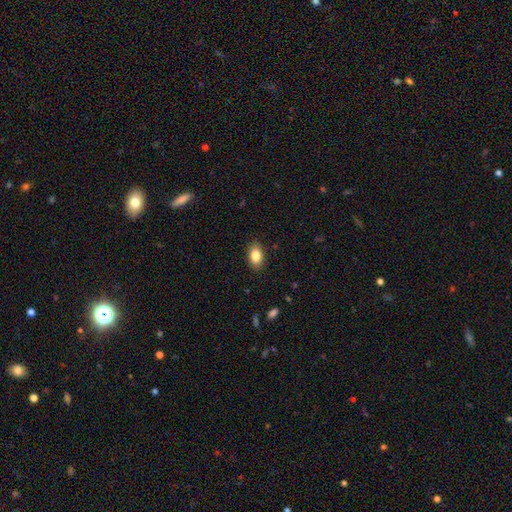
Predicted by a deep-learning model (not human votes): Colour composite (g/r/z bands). It shows a smooth galaxy with no disk features (85%) that is in between round and cigar-shaped (89%). Merging: none (88%).